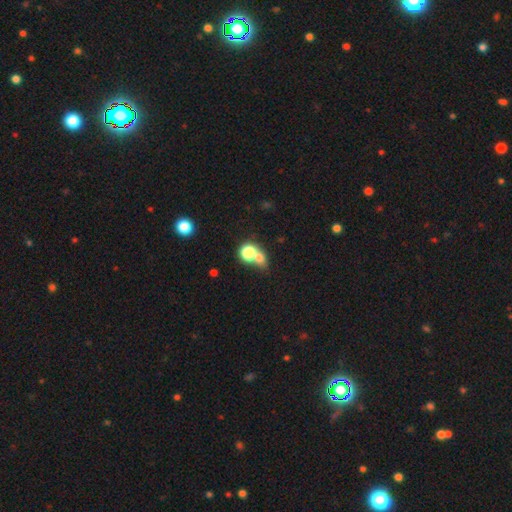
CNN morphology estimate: smooth 66%, star or artifact 22%, featured or disk 13%. Down the decision tree: how rounded — round (67%); merging — merger (46%).